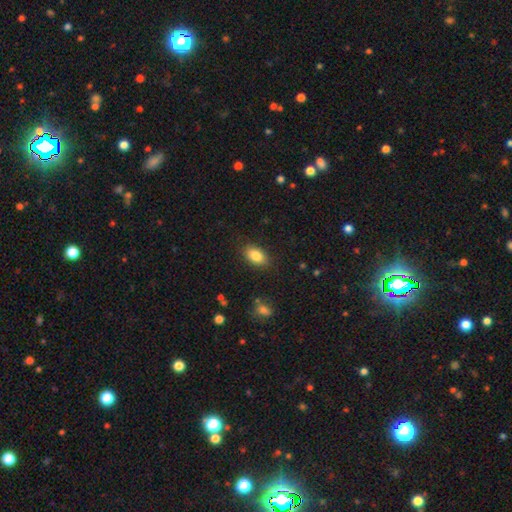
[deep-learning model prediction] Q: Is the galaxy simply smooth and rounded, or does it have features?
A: smooth — 84%.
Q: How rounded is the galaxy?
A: in between — 90%.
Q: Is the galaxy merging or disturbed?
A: none — 86%.